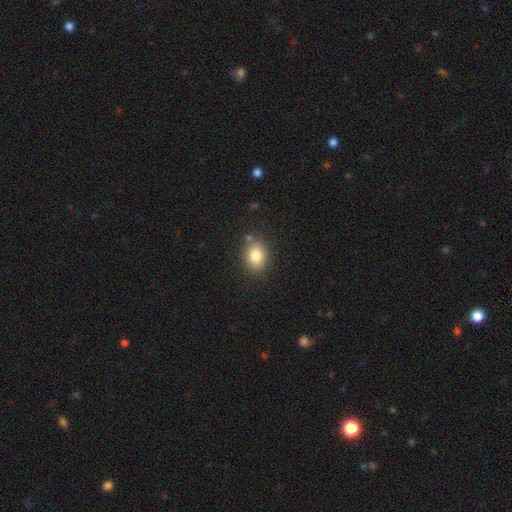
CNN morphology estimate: type=smooth (83%); roundness=in between (55%); merging=none (81%).